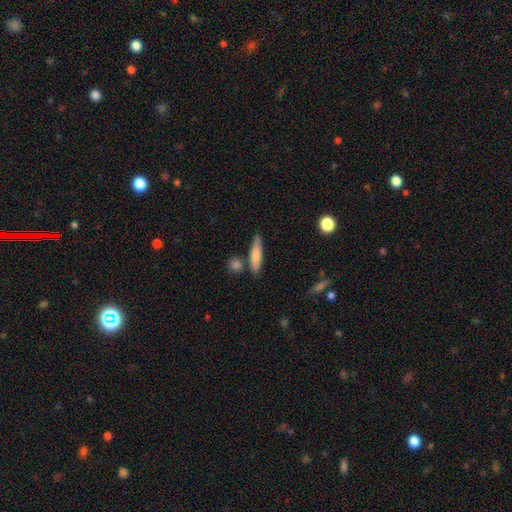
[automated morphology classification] This appears to be a smooth galaxy with no disk features (75%) that is cigar-shaped (77%). Merging: none (77%).